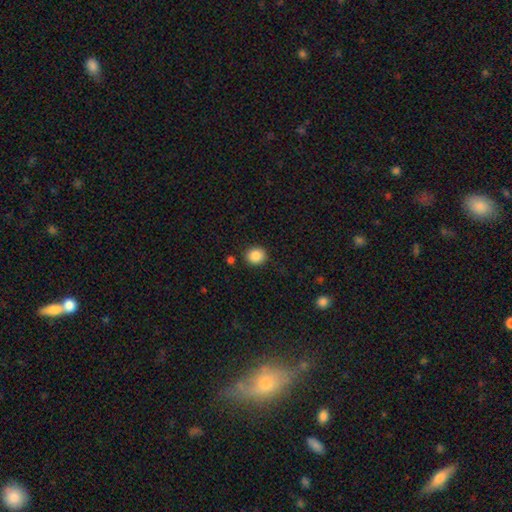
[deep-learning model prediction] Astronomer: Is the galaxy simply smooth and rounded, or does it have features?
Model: smooth — 87%.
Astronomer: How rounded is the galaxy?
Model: round — 82%.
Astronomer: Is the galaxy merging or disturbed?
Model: none — 88%.